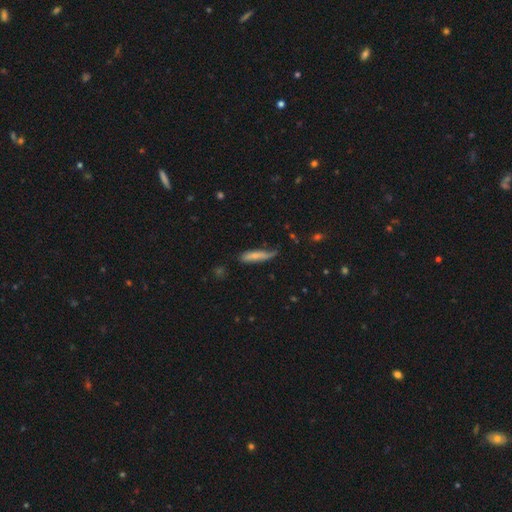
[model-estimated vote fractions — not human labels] Q: Smooth or featured?
A: smooth (68%); runner-up: featured or disk (26%)
Q: How rounded?
A: cigar-shaped (73%); runner-up: in between (26%)
Q: Merging?
A: none (48%); runner-up: minor disturbance (35%)